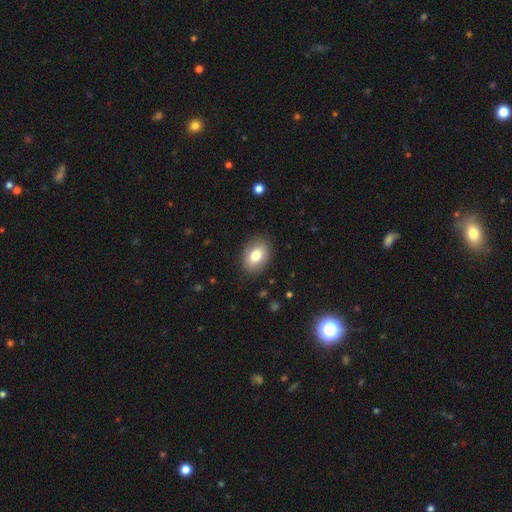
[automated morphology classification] This appears to be a smooth galaxy with no disk features (78%) that is in between round and cigar-shaped (75%). Merging: none (86%).